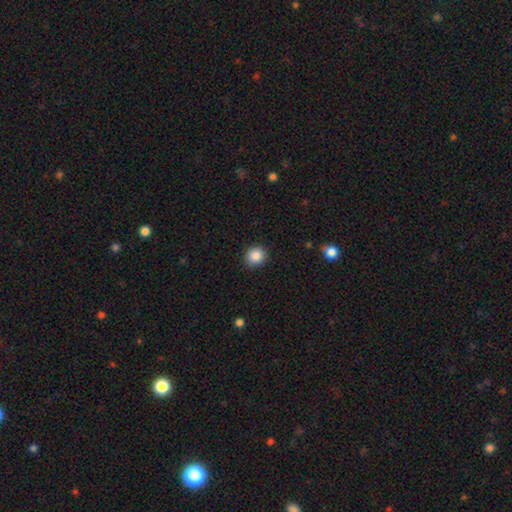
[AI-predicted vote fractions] A smooth galaxy with no disk features (87%) that is round (86%).

Vote fractions:
- Smooth or featured? smooth: 87% / star or artifact: 9% / featured or disk: 4%
- How rounded? round: 86% / in between: 13% / cigar-shaped: 1%
- Merging? none: 90% / minor disturbance: 7% / major disturbance: 2% / merger: 1%